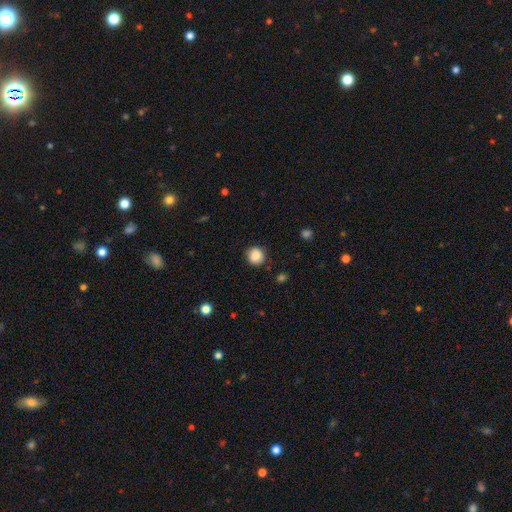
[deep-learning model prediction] Smooth or featured? Predicted: smooth (p=0.87). How rounded? Predicted: round (p=0.91). Merging? Predicted: none (p=0.87).